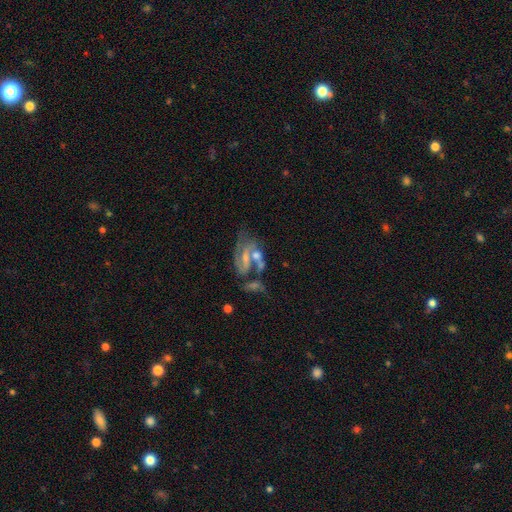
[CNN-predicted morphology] Smooth or featured: featured or disk — 69% (smooth — 22%)
Edge-on disk: no — 94% (yes — 6%)
Bar: weak — 39% (no — 38%)
Spiral arms: yes — 74% (no — 26%)
Bulge size: small — 38% (tied with moderate — 38%)
Merging: merger — 46% (none — 23%)